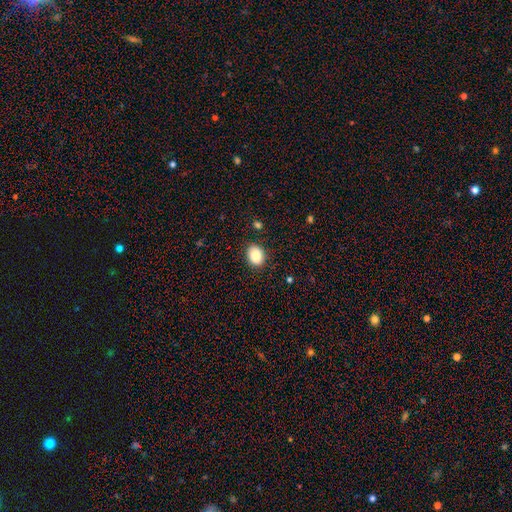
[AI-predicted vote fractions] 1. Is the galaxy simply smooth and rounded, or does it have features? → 85% smooth, 8% star or artifact, 6% featured or disk.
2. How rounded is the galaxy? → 58% in between, 41% round, 1% cigar-shaped.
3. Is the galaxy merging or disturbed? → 87% none, 10% minor disturbance, 2% major disturbance, 1% merger.